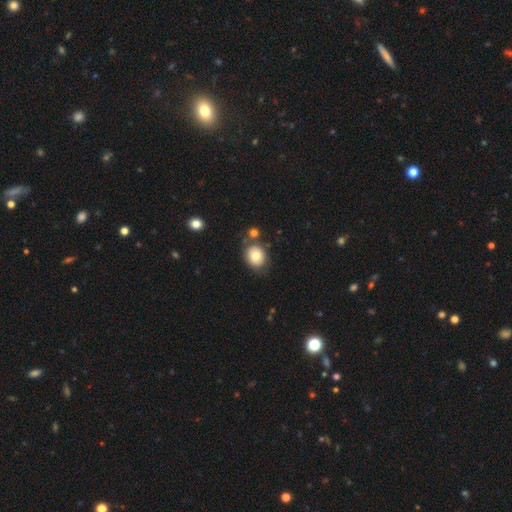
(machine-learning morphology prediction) type=smooth (76%); roundness=round (60%); merging=none (69%).